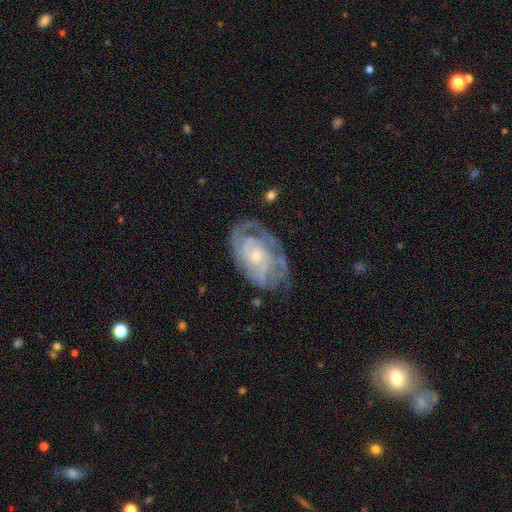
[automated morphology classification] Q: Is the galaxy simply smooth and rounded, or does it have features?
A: featured or disk — 84%.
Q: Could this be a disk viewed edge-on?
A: no — 96%.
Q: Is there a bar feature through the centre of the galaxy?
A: no — 70%.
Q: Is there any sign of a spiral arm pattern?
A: yes — 92%.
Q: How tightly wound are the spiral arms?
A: tight — 63%.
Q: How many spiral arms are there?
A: can't tell — 35%.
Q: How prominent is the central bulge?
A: small — 57%.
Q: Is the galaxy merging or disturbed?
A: none — 64%.